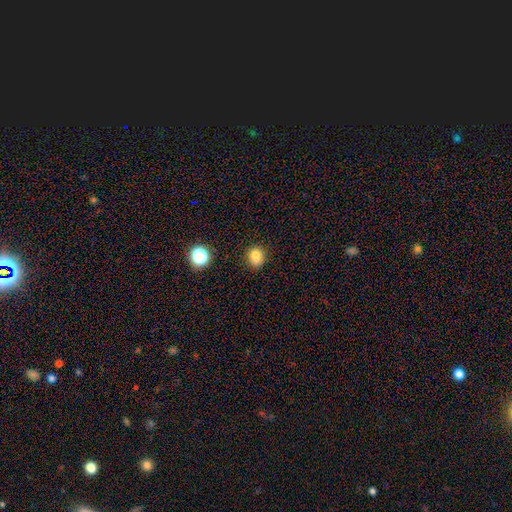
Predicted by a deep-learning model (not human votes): Overall: smooth (82%). How rounded: round (69%; in between 30%). Merging: none (83%).